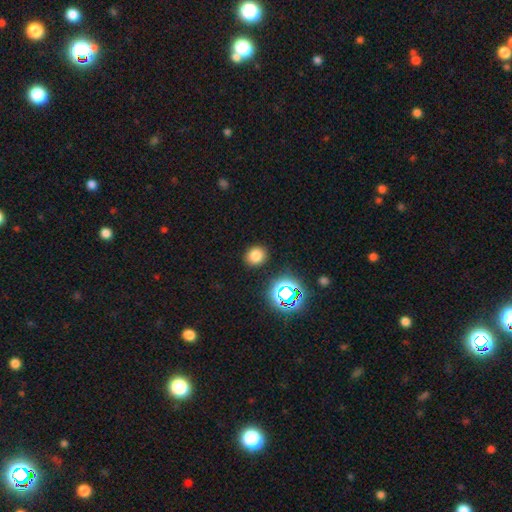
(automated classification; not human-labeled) Smooth or featured: smooth — 76% (star or artifact — 18%)
How rounded: round — 76% (in between — 23%)
Merging: none — 89% (minor disturbance — 7%)